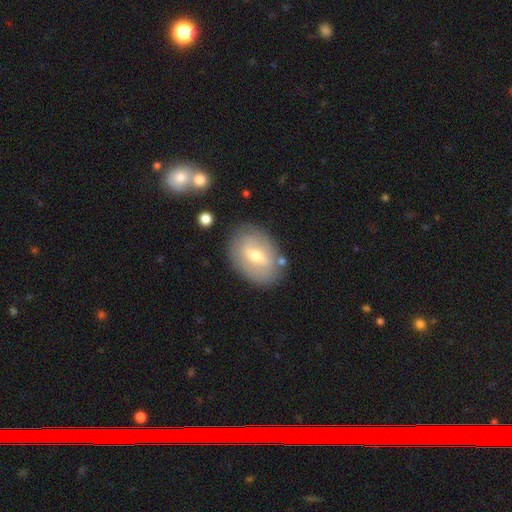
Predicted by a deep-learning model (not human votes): This appears to be a featured or disk galaxy (53%). Merging: none (79%).